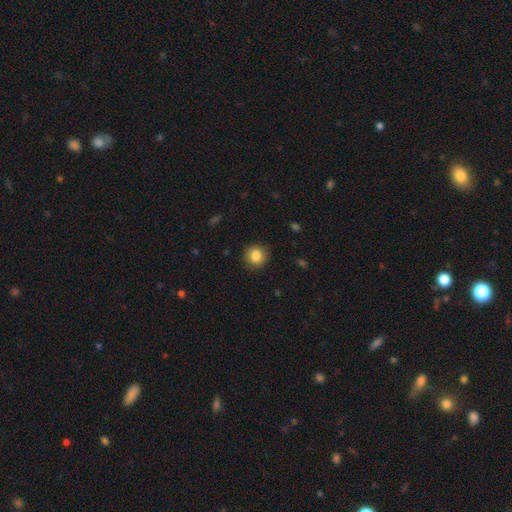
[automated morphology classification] A smooth galaxy with no disk features (85%) that is round (89%). Merging: none (88%).